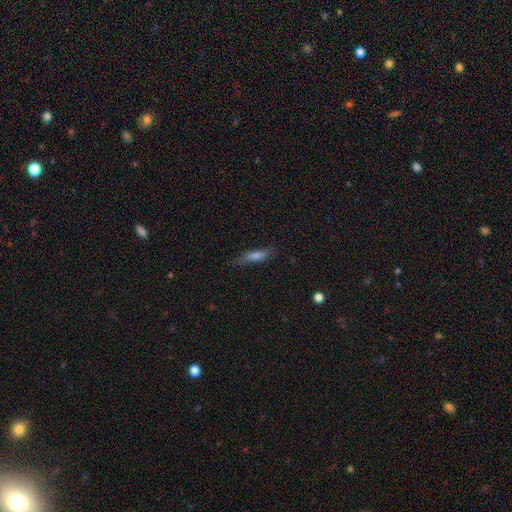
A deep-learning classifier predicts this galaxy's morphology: This appears to be a smooth galaxy with no disk features (65%) that is cigar-shaped (76%). Merging: none (77%).